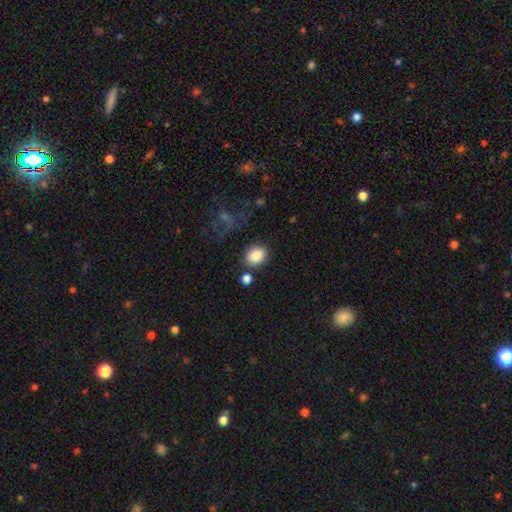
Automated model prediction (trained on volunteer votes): A smooth galaxy with no disk features (86%) that is in between round and cigar-shaped (63%). Merging: none (74%).